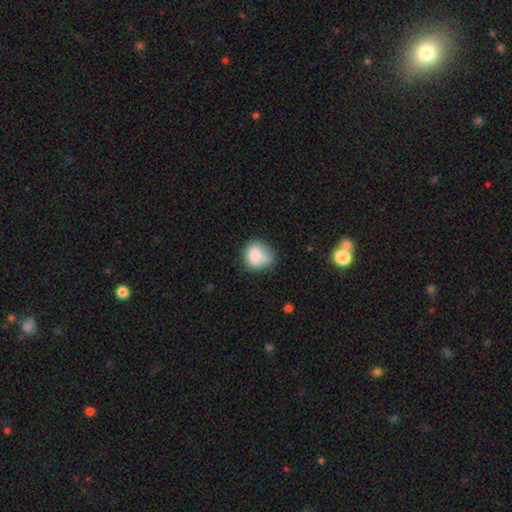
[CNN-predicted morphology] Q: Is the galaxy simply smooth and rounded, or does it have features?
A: smooth — 79%.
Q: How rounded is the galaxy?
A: round — 73%.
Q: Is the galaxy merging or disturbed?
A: none — 50%.